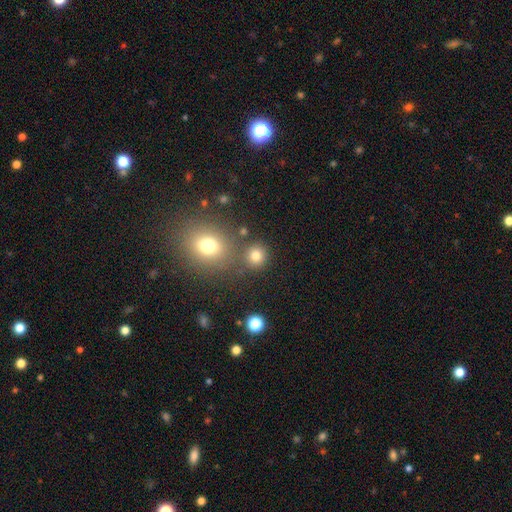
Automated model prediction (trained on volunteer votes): Smooth or featured: smooth — 77% (star or artifact — 16%)
How rounded: round — 90% (in between — 9%)
Merging: none — 78% (merger — 11%)